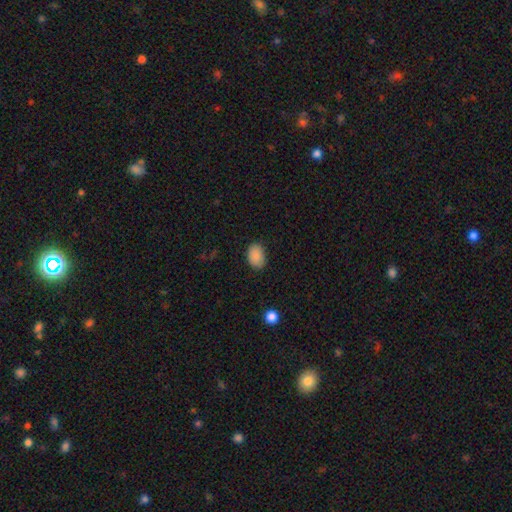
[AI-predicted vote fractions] Q: Smooth or featured?
A: smooth (89%); runner-up: star or artifact (8%)
Q: How rounded?
A: in between (83%); runner-up: round (16%)
Q: Merging?
A: none (84%); runner-up: minor disturbance (12%)